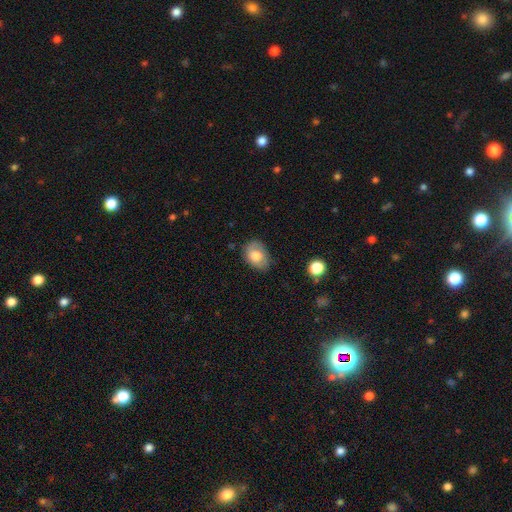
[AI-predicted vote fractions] Smooth or featured? Predicted: smooth (p=0.73). How rounded? Predicted: in between (p=0.77). Merging? Predicted: none (p=0.68).